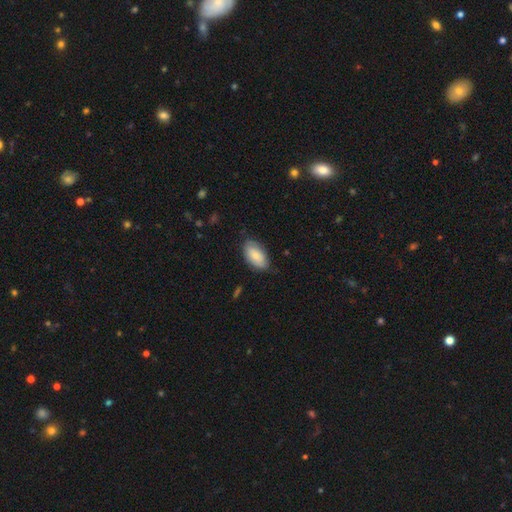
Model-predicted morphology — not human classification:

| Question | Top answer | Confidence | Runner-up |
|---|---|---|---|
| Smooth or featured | smooth | 76% | featured or disk (18%) |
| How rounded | in between | 94% | round (3%) |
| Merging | none | 73% | minor disturbance (22%) |